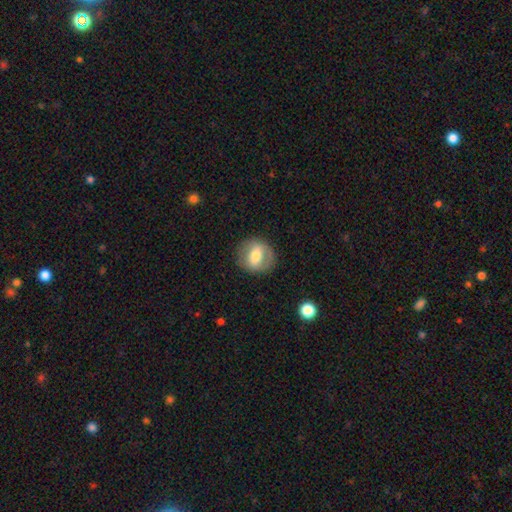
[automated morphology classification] Smooth or featured? smooth (55%)
How rounded? round (74%)
Merging? none (83%)